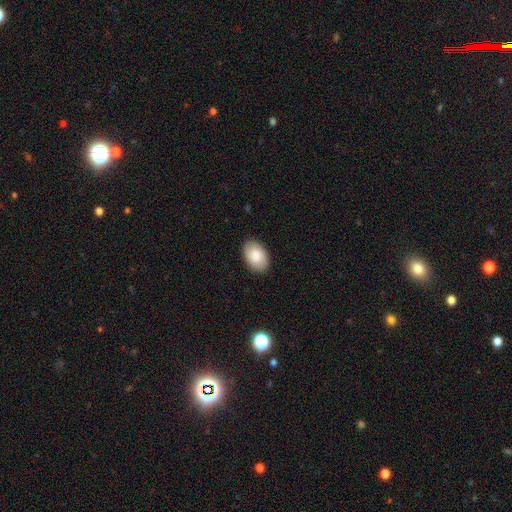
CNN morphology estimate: The model was most divided on "smooth or featured": smooth: 84%, featured or disk: 10%, star or artifact: 6%. More confident: how rounded — in between (91%); merging — none (88%).